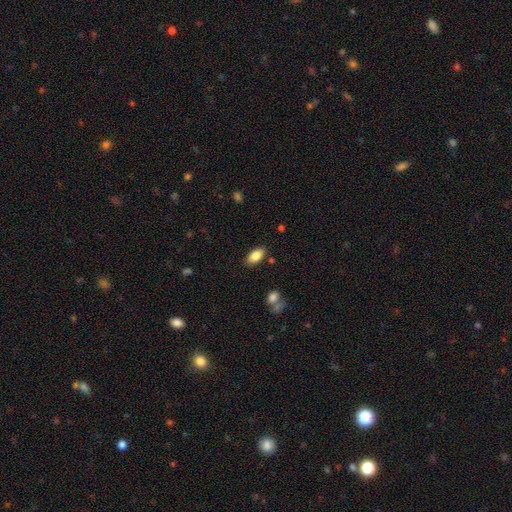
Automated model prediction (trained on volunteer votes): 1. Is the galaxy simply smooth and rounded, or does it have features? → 84% smooth, 9% featured or disk, 7% star or artifact.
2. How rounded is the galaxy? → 92% in between, 5% cigar-shaped, 3% round.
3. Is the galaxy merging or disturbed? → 85% none, 10% minor disturbance, 3% major disturbance, 2% merger.